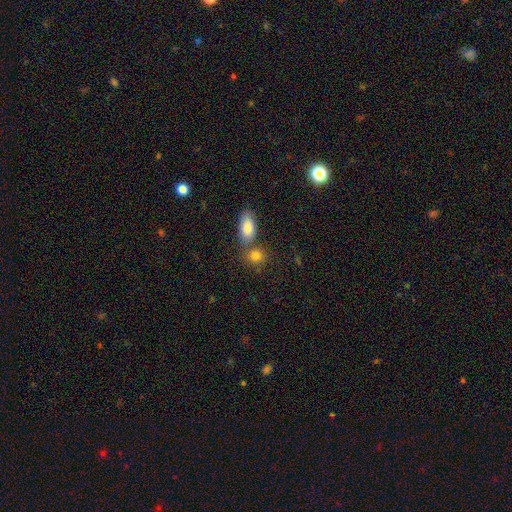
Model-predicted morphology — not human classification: Smooth or featured: smooth — 82% (star or artifact — 10%)
How rounded: round — 57% (in between — 40%)
Merging: none — 56% (merger — 31%)